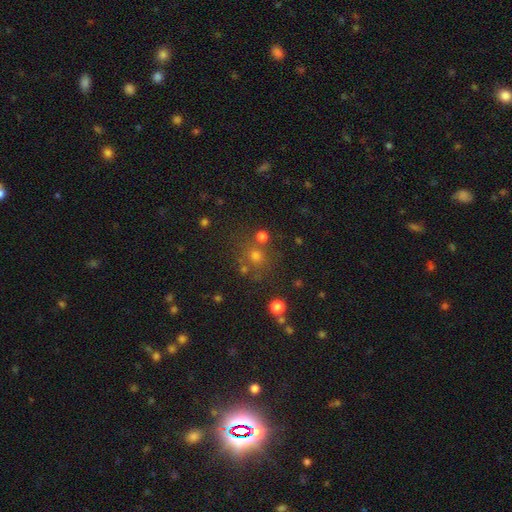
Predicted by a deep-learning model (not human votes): Q: Smooth or featured?
A: smooth (60%); runner-up: star or artifact (30%)
Q: How rounded?
A: round (89%); runner-up: in between (10%)
Q: Merging?
A: none (73%); runner-up: merger (13%)